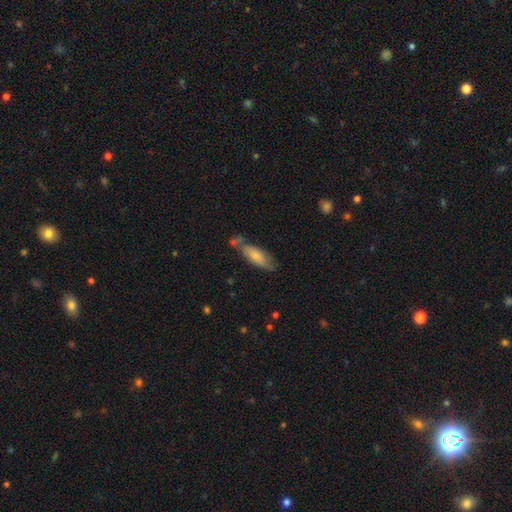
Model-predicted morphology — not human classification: The model was most divided on "merging": none: 51%, minor disturbance: 24%, merger: 17%, major disturbance: 7%. More confident: smooth or featured — smooth (67%); how rounded — in between (67%).